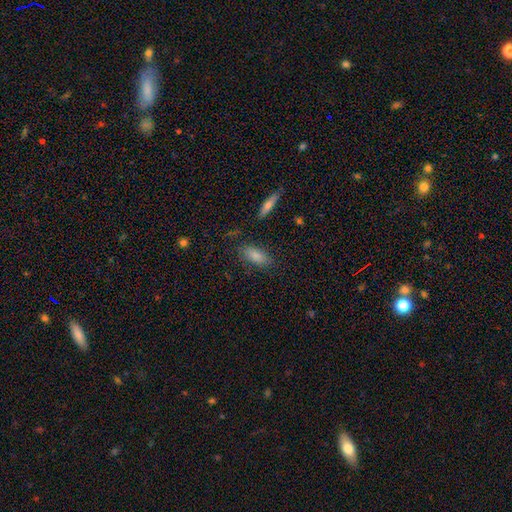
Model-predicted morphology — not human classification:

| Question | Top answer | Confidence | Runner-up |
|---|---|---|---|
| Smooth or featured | smooth | 83% | featured or disk (9%) |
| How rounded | in between | 84% | cigar-shaped (14%) |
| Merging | none | 79% | minor disturbance (14%) |